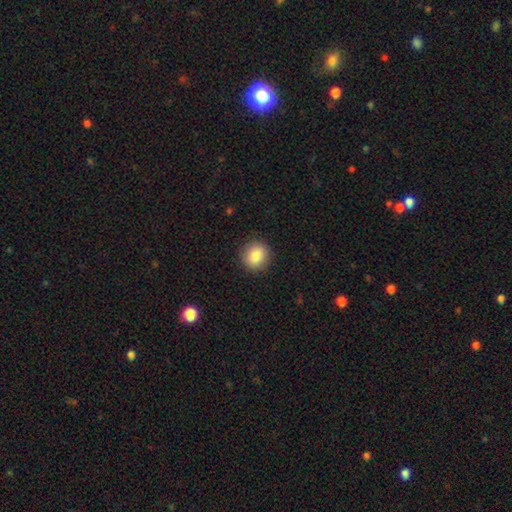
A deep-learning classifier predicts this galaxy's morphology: type=smooth (85%); roundness=round (84%); merging=none (90%).